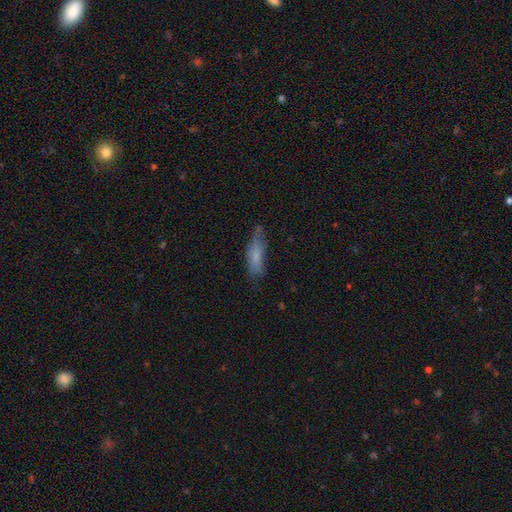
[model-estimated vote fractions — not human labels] Smooth or featured? smooth (73%)
How rounded? cigar-shaped (52%)
Merging? none (55%)